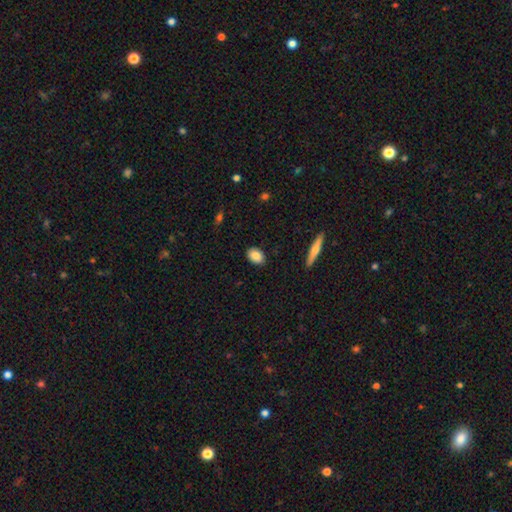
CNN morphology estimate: A smooth galaxy with no disk features (86%) that is in between round and cigar-shaped (83%). Merging: none (89%).